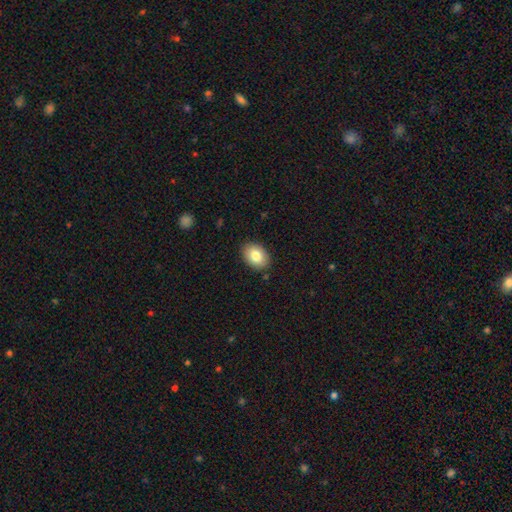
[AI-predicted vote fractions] A smooth galaxy with no disk features (82%) that is in between round and cigar-shaped (78%). Merging: none (87%).